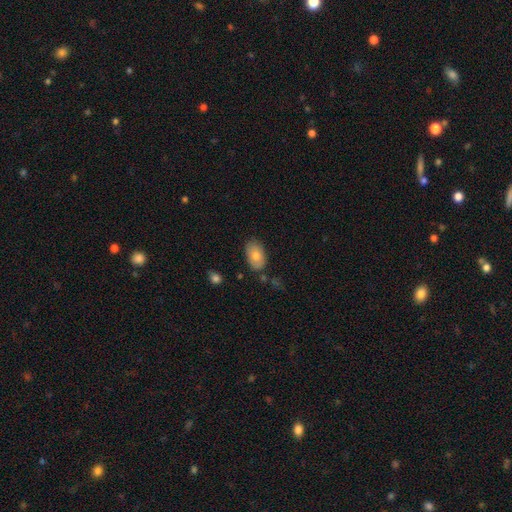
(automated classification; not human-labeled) Smooth or featured?
  - smooth: 75% *
  - featured or disk: 18%
  - star or artifact: 7%
How rounded?
  - in between: 92% *
  - round: 7%
  - cigar-shaped: 1%
Merging?
  - none: 77% *
  - minor disturbance: 17%
  - major disturbance: 3%
  - merger: 3%